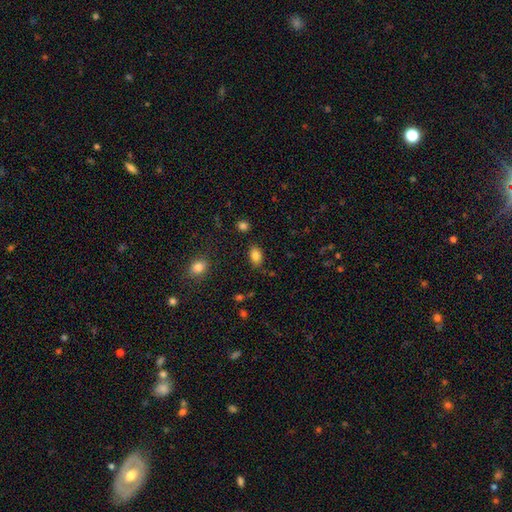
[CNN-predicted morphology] Q: Smooth or featured?
A: smooth (84%); runner-up: star or artifact (9%)
Q: How rounded?
A: in between (86%); runner-up: round (12%)
Q: Merging?
A: none (81%); runner-up: minor disturbance (13%)